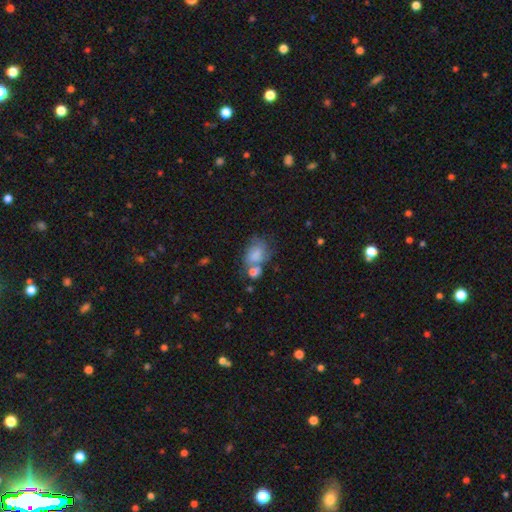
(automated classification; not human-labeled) The model was most divided on "merging": merger: 42%, none: 26%, minor disturbance: 18%, major disturbance: 14%. More confident: how rounded — in between (72%); smooth or featured — smooth (67%).